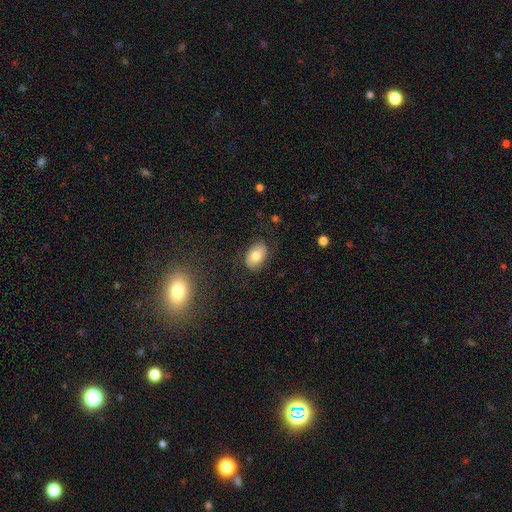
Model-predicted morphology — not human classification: type=smooth (75%); roundness=in between (88%); merging=none (80%).